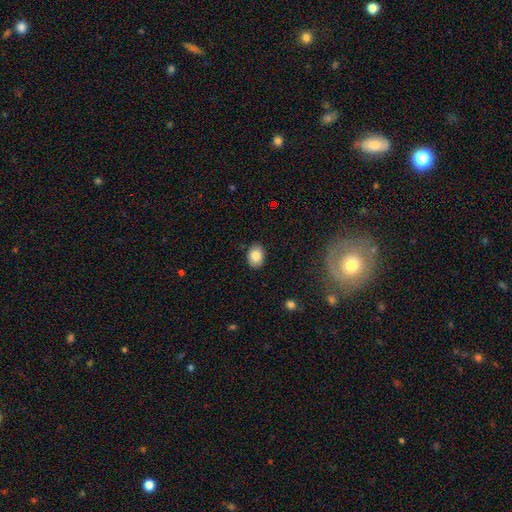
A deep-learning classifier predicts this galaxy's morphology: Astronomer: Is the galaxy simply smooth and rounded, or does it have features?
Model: smooth — 86%.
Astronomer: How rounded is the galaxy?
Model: in between — 73%.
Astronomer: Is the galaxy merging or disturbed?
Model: none — 85%.